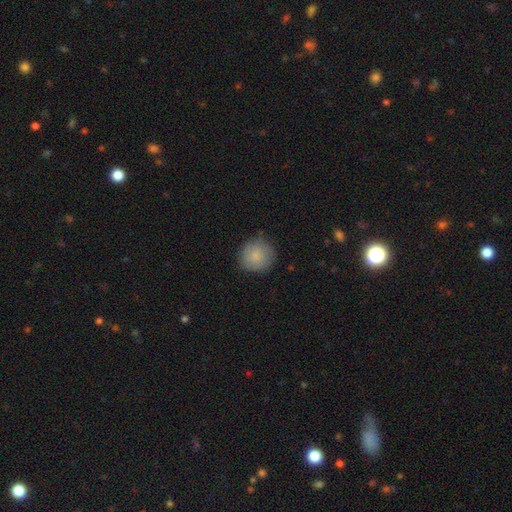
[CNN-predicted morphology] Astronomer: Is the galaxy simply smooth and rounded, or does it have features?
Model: smooth — 85%.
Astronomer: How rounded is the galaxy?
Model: round — 90%.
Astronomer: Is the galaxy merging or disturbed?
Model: none — 81%.